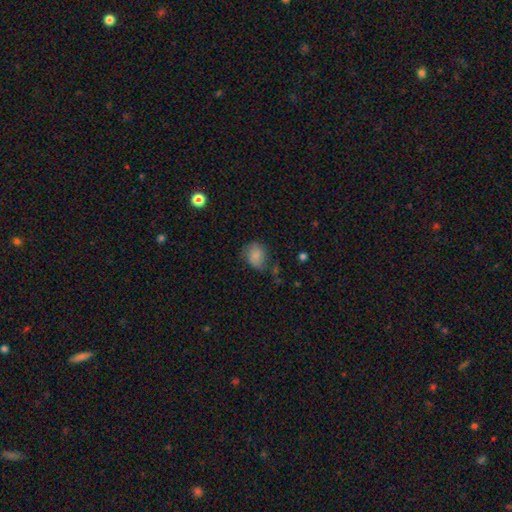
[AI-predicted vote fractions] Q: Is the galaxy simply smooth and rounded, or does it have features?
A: smooth — 78%.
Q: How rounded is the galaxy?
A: in between — 50%.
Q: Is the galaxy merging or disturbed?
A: none — 58%.